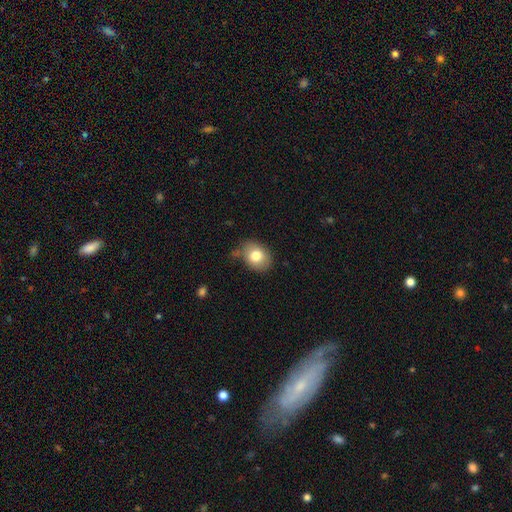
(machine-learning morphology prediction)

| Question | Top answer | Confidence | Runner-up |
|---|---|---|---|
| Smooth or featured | smooth | 78% | featured or disk (13%) |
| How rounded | in between | 56% | round (43%) |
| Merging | none | 69% | minor disturbance (22%) |